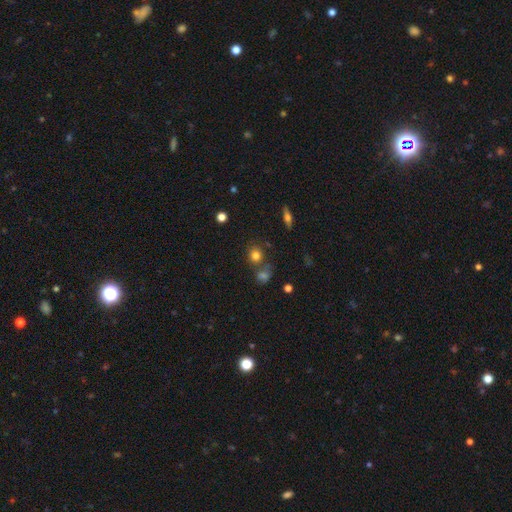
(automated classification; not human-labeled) Overall: smooth (77%). How rounded: round (81%). Merging: none (66%).